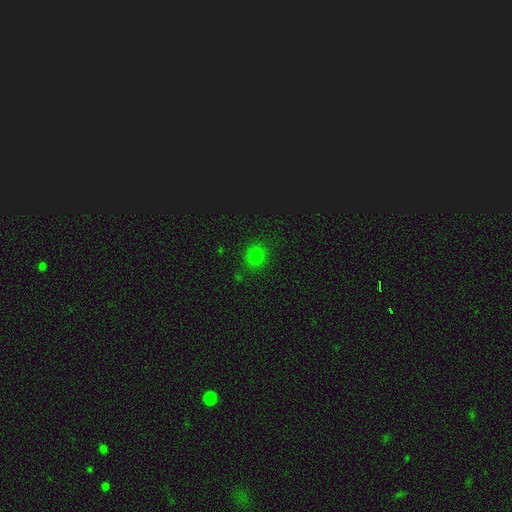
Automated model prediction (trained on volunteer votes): A smooth galaxy with no disk features (76%) that is round (86%). Merging: none (86%).